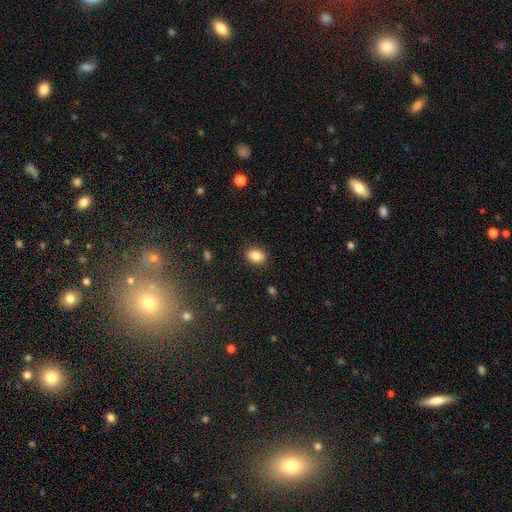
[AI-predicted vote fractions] smooth-or-featured: smooth: 86% | star or artifact: 9% | featured or disk: 5%
  how-rounded: in between: 68% | round: 30% | cigar-shaped: 1%
  merging: none: 88% | minor disturbance: 8% | major disturbance: 2% | merger: 1%